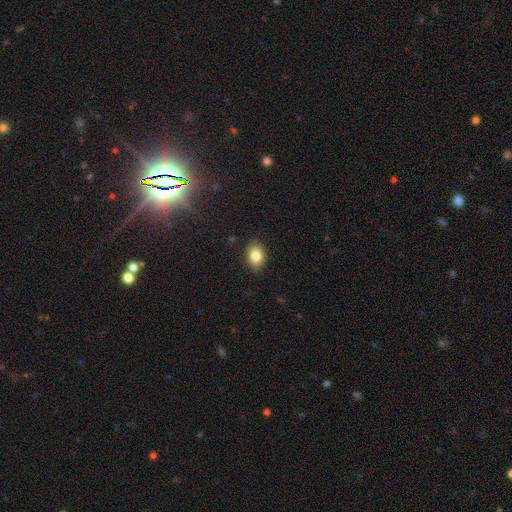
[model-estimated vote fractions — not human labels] smooth 83%, star or artifact 9%, featured or disk 8%. Down the decision tree: how rounded — in between (75%); merging — none (88%).